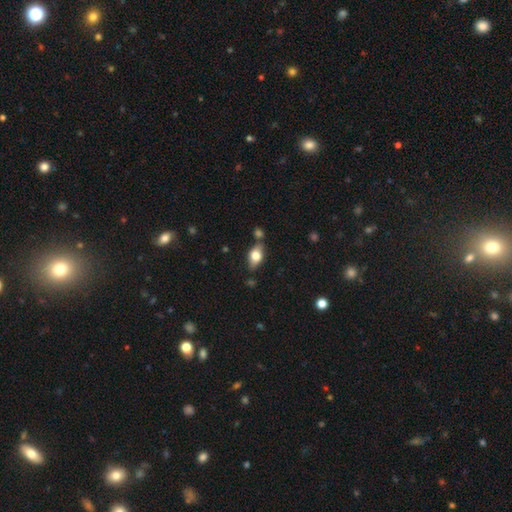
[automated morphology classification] smooth_or_featured: smooth (p=0.67) [alt: featured or disk p=0.25]
how_rounded: in between (p=0.84) [alt: round p=0.09]
merging: none (p=0.69) [alt: minor disturbance p=0.16]